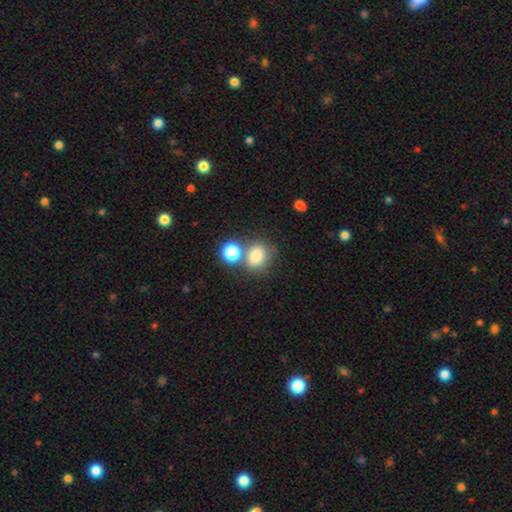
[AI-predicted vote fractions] smooth-or-featured: smooth: 81% | star or artifact: 12% | featured or disk: 8%
  how-rounded: round: 59% | in between: 40% | cigar-shaped: 1%
  merging: none: 54% | merger: 28% | minor disturbance: 13% | major disturbance: 5%